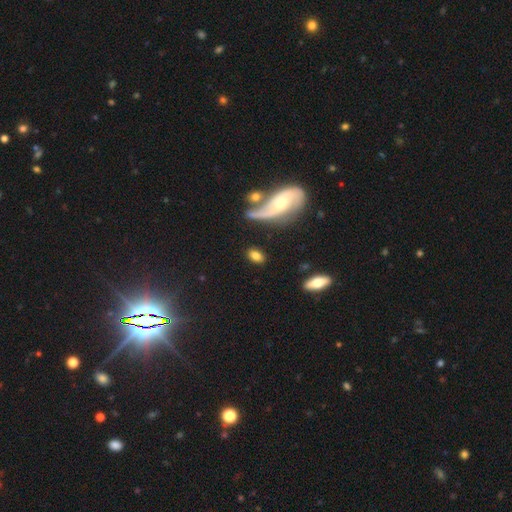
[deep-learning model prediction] Smooth or featured? Predicted: smooth (p=0.76). How rounded? Predicted: in between (p=0.86). Merging? Predicted: none (p=0.75).